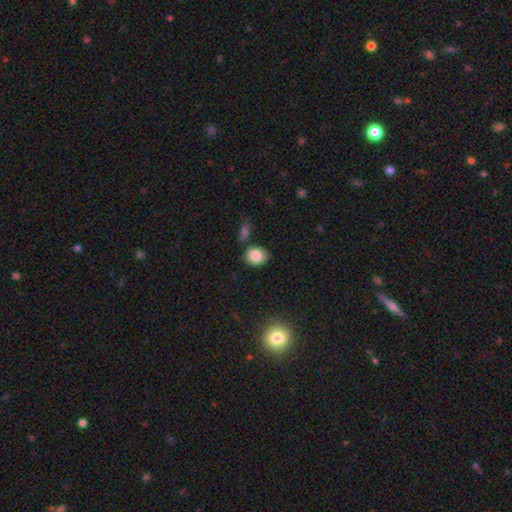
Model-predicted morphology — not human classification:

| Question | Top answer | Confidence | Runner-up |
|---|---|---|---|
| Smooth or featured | smooth | 84% | star or artifact (9%) |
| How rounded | round | 54% | in between (45%) |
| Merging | none | 76% | minor disturbance (13%) |